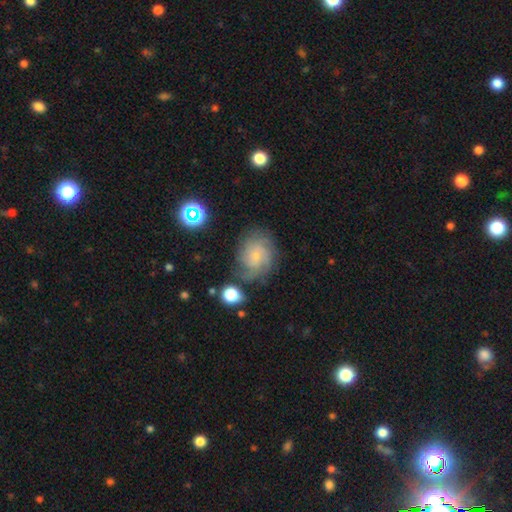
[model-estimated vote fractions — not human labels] The model was most divided on "spiral winding": tight: 53%, medium: 35%, loose: 12%. Remaining: edge-on disk — no (97%); spiral arms — yes (92%); bar — no (71%); merging — none (69%); bulge size — small (69%); smooth or featured — featured or disk (65%); spiral arm count — can't tell (40%).